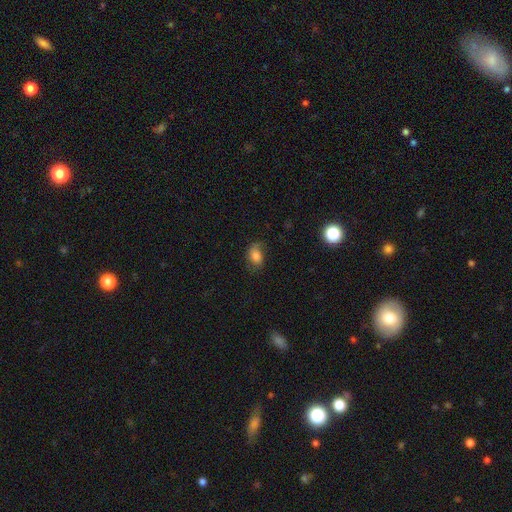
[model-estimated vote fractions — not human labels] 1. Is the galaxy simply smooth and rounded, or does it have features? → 72% smooth, 17% featured or disk, 12% star or artifact.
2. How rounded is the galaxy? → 80% in between, 18% round, 2% cigar-shaped.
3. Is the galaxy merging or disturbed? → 59% none, 27% minor disturbance, 12% major disturbance, 2% merger.